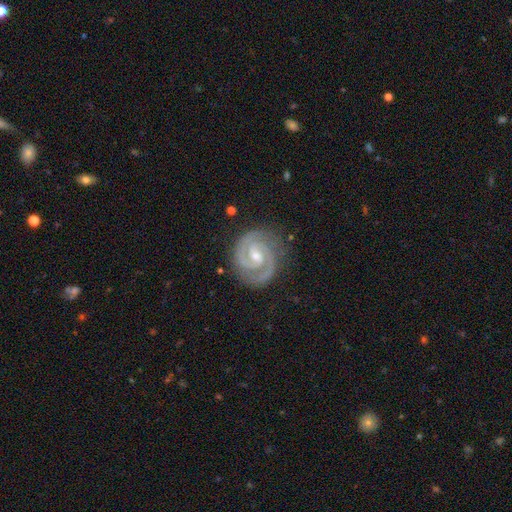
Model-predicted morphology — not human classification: This is clearly a featured or disk galaxy (92%). It is clearly not viewed edge-on (98%). Bar: possibly weak (49%). Spiral arm pattern: clearly yes (99%). Spiral arm count: clearly 2 (91%). Spiral winding: likely tight (65%). Central bulge: possibly moderate (51%). Merging: clearly none (84%).